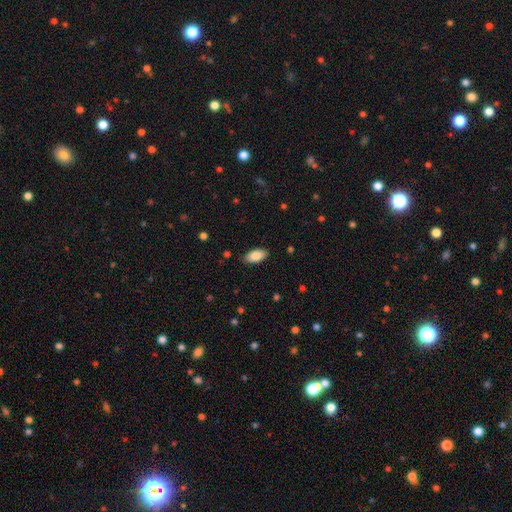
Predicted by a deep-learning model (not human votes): Smooth or featured? smooth (85%)
How rounded? in between (93%)
Merging? none (86%)